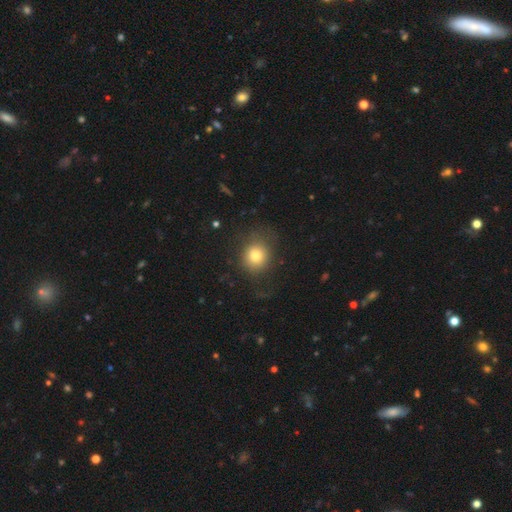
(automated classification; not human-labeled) smooth_or_featured: smooth (p=0.75) [alt: featured or disk p=0.14]
how_rounded: round (p=0.79) [alt: in between p=0.20]
merging: none (p=0.68) [alt: minor disturbance p=0.17]